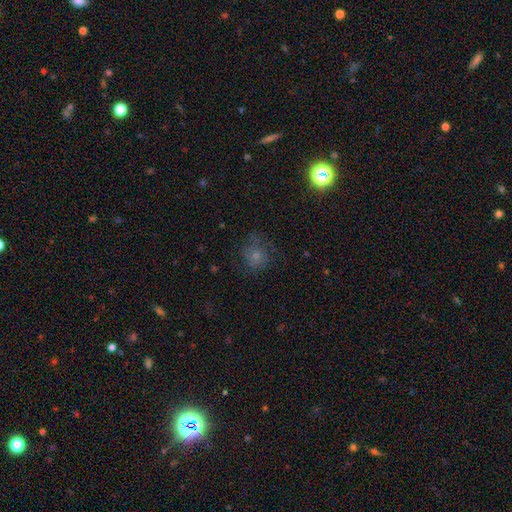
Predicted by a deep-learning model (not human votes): smooth-or-featured: smooth: 64% | featured or disk: 19% | star or artifact: 17%
  how-rounded: round: 82% | in between: 17% | cigar-shaped: 1%
  merging: none: 66% | minor disturbance: 20% | major disturbance: 13% | merger: 2%